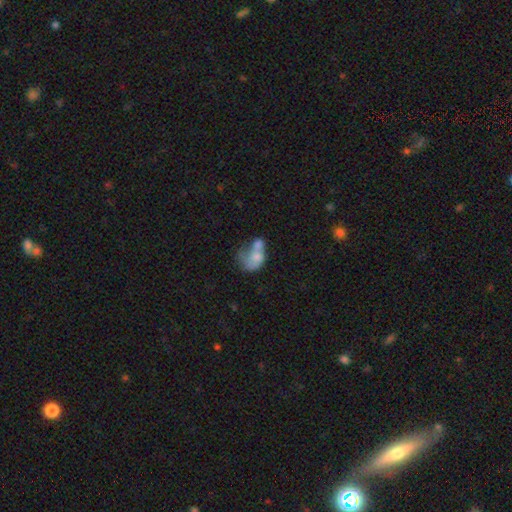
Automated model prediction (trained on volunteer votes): Morphology: type=smooth (56%); roundness=in between (73%); merging=merger (52%).